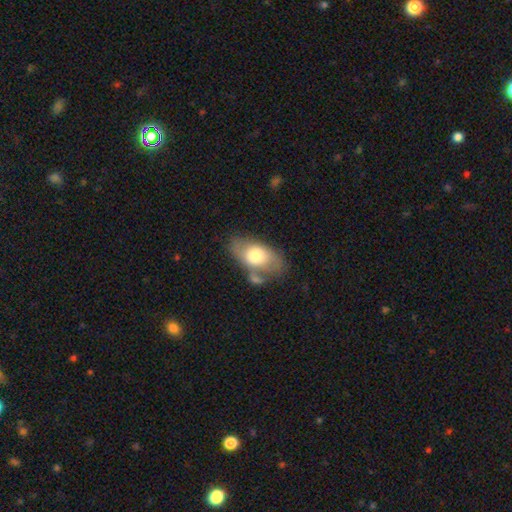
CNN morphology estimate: Smooth or featured? Predicted: smooth (p=0.65). How rounded? Predicted: in between (p=0.90). Merging? Predicted: none (p=0.50).